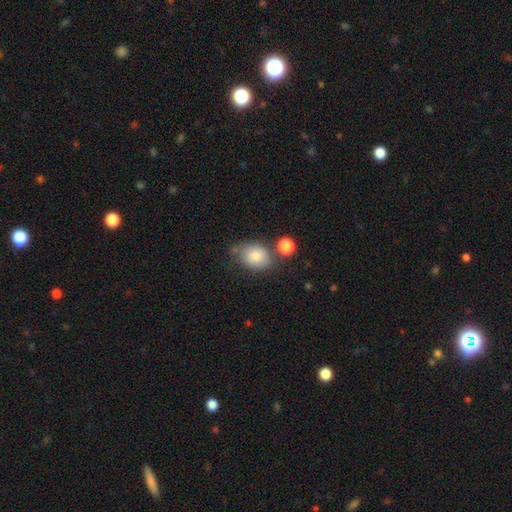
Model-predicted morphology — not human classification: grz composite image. It shows a smooth galaxy with no disk features (78%) that is in between round and cigar-shaped (56%). Merging: none (59%).